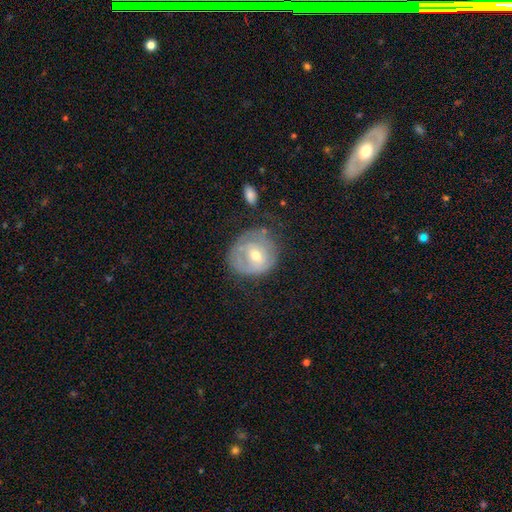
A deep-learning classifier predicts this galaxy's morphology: The model was most divided on "spiral arms" (2-way tie): no: 50%, yes: 50%. Remaining: edge-on disk — no (96%); bulge size — moderate (61%); bar — no (56%); smooth or featured — featured or disk (52%); merging — none (47%).